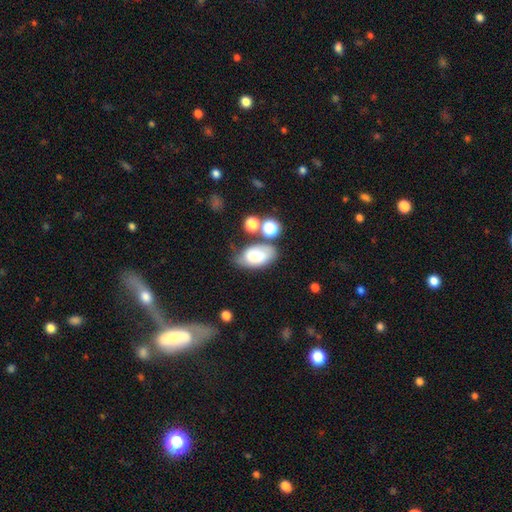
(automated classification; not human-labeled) smooth 75%, featured or disk 15%, star or artifact 9%. Down the decision tree: how rounded — in between (93%); merging — none (51%).